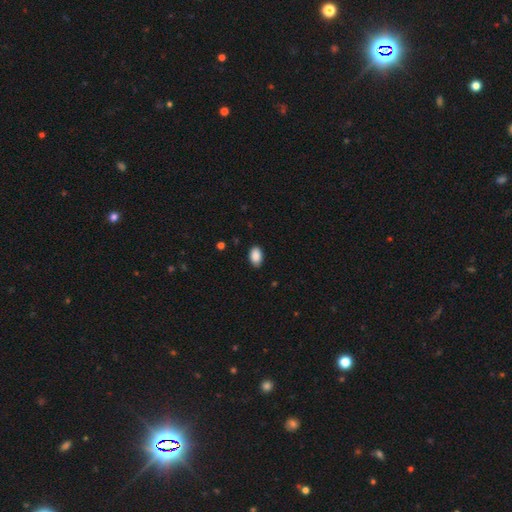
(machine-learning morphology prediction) smooth_or_featured: smooth (p=0.89) [alt: star or artifact p=0.07]
how_rounded: in between (p=0.90) [alt: round p=0.08]
merging: none (p=0.85) [alt: minor disturbance p=0.12]